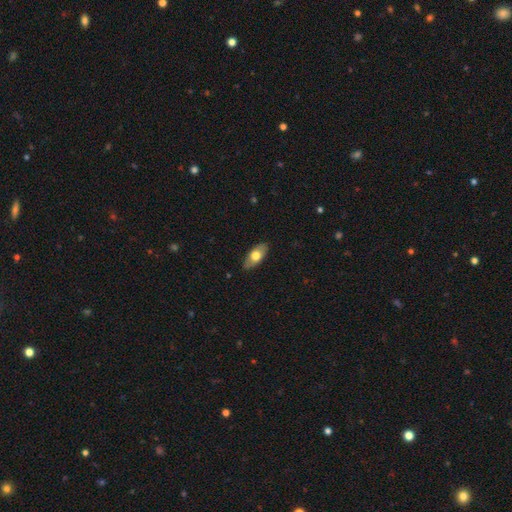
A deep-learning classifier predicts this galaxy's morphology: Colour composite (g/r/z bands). It shows a smooth galaxy with no disk features (64%) that is in between round and cigar-shaped (88%). Merging: none (85%).